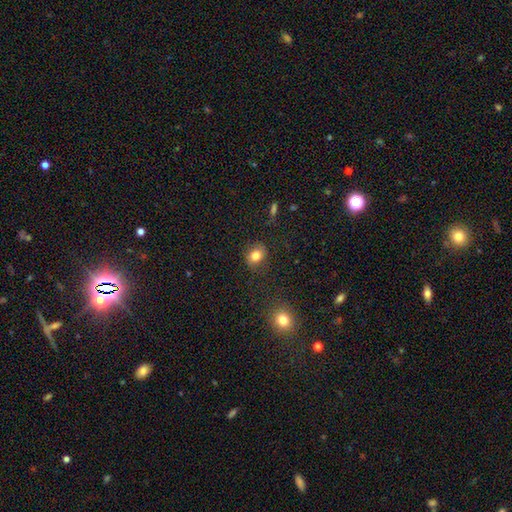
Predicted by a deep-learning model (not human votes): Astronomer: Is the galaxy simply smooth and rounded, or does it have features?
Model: smooth — 82%.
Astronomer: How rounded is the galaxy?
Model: in between — 51% (runner-up: round, 48%).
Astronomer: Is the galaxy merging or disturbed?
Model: none — 81%.